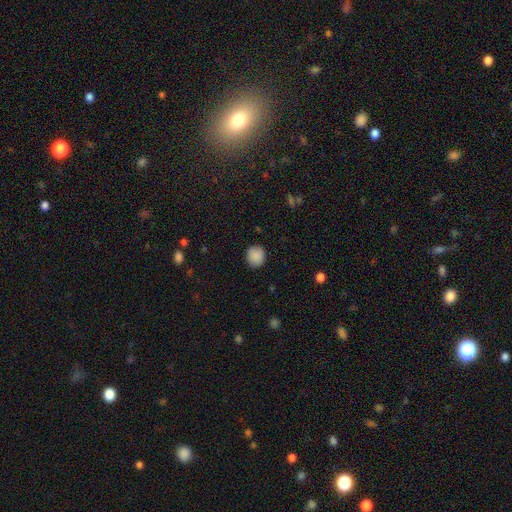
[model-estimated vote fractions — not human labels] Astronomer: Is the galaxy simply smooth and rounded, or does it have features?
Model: smooth — 89%.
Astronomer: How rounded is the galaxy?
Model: round — 86%.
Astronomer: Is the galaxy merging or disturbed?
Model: none — 88%.